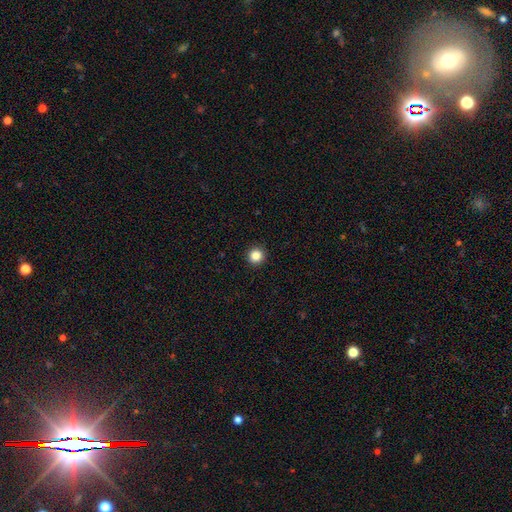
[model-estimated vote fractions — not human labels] Smooth or featured: smooth — 85% (star or artifact — 11%)
How rounded: round — 96% (in between — 3%)
Merging: none — 93% (minor disturbance — 4%)